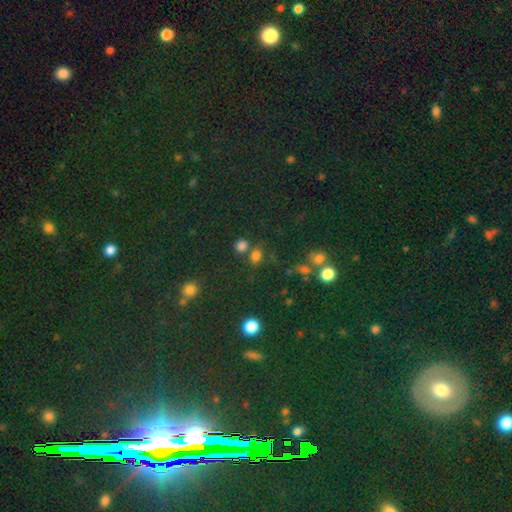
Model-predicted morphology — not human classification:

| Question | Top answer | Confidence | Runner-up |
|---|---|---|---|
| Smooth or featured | smooth | 72% | star or artifact (21%) |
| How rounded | round | 62% | in between (36%) |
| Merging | none | 61% | merger (22%) |